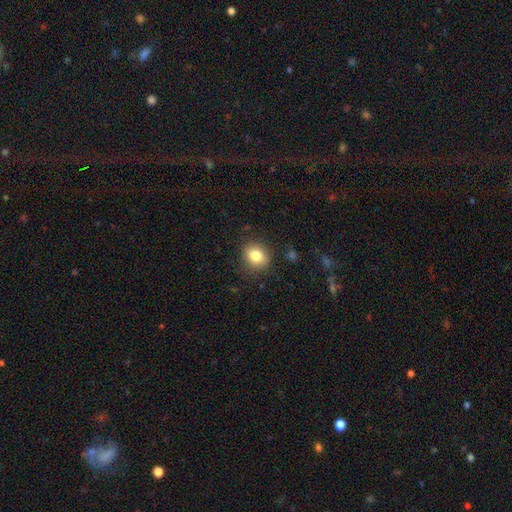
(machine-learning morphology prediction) smooth 81%, star or artifact 10%, featured or disk 9%. Down the decision tree: how rounded — round (62%); merging — none (84%).